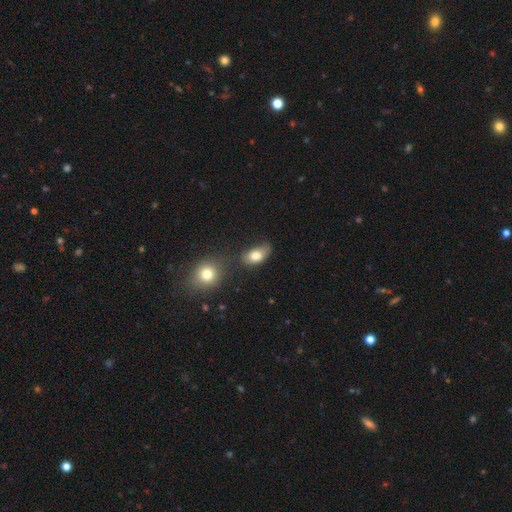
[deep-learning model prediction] Overall: smooth (79%). How rounded: in between (86%). Merging: none (45%; minor disturbance 31%).